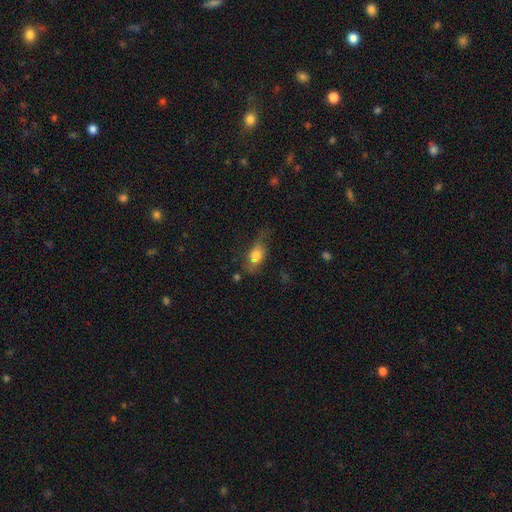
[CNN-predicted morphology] Smooth or featured: smooth — 70% (featured or disk — 20%)
How rounded: in between — 76% (round — 14%)
Merging: none — 47% (minor disturbance — 29%)